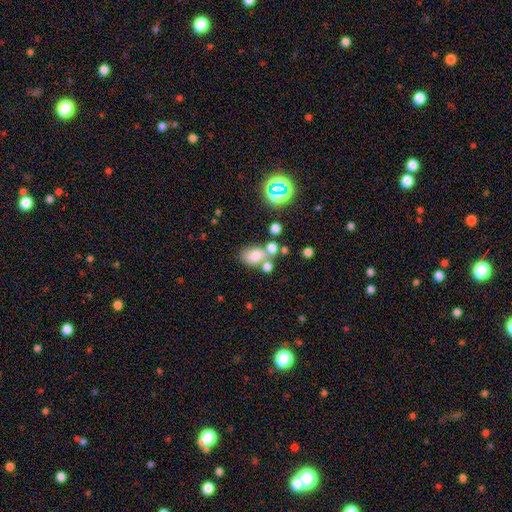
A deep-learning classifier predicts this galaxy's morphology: A smooth galaxy with no disk features (69%) that is in between round and cigar-shaped (73%). Merging: none (45%).